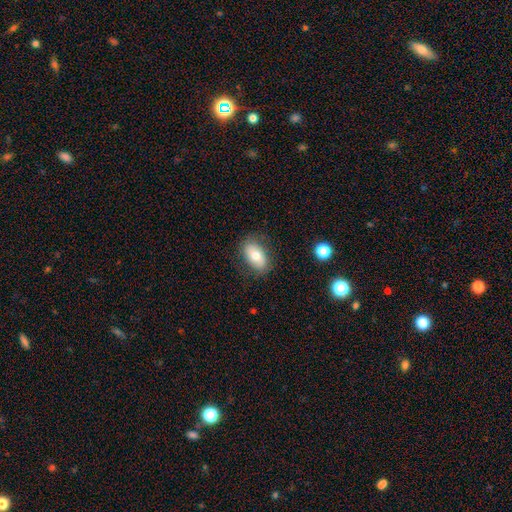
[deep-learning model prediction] Smooth or featured: smooth — 70% (featured or disk — 22%)
How rounded: in between — 91% (round — 7%)
Merging: none — 80% (minor disturbance — 14%)